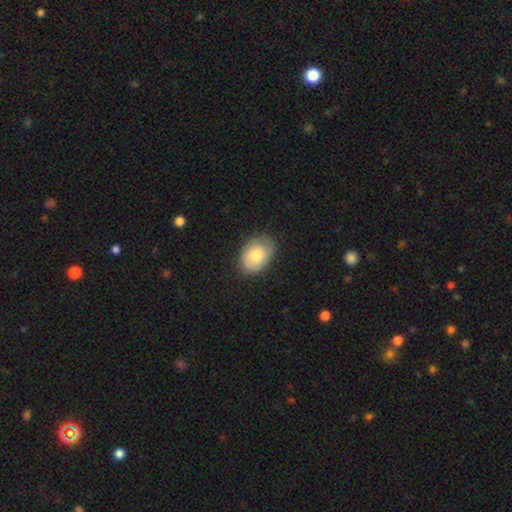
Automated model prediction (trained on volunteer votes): Smooth or featured? Predicted: smooth (p=0.77). How rounded? Predicted: in between (p=0.80). Merging? Predicted: none (p=0.74).